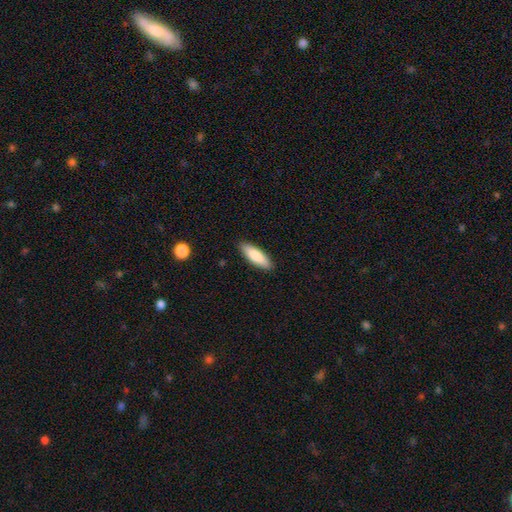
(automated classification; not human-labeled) smooth 83%, featured or disk 12%, star or artifact 5%. Down the decision tree: how rounded — in between (52%); merging — none (89%).